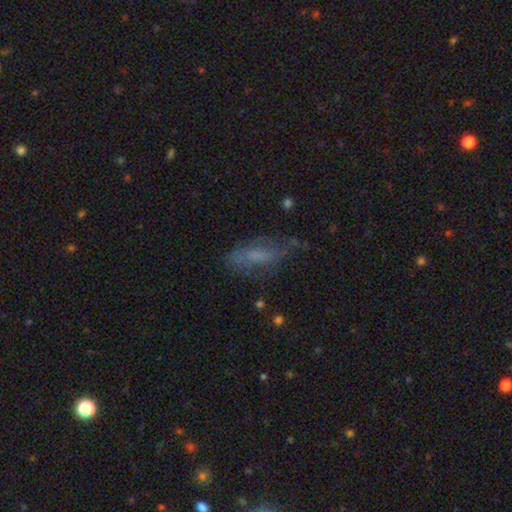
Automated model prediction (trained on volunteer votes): This is possibly a smooth galaxy (53%). How rounded: likely in between (64%). Merging: possibly none (51%).